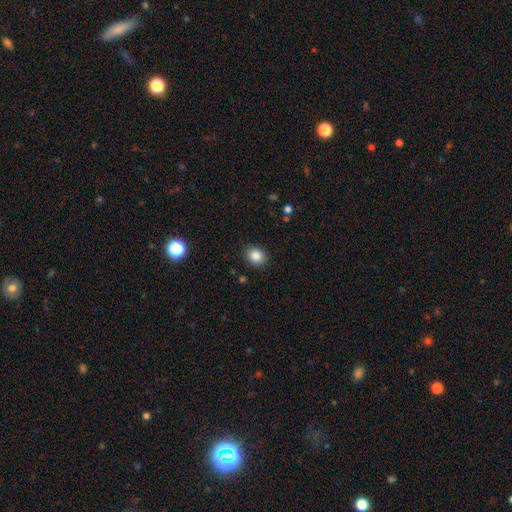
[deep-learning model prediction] Overall: smooth (85%). How rounded: round (60%; in between 39%). Merging: none (88%).